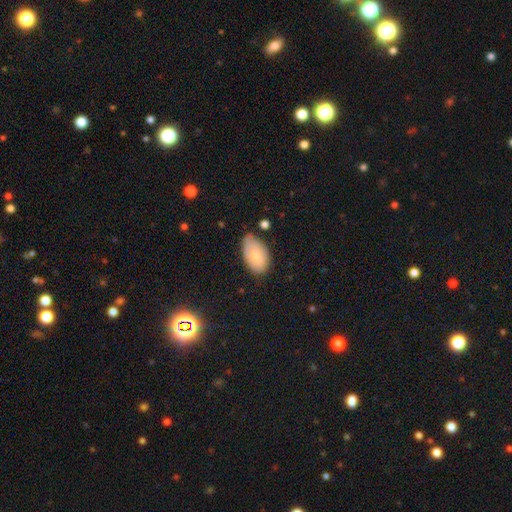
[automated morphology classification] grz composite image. It shows a smooth galaxy with no disk features (76%) that is in between round and cigar-shaped (94%). Merging: none (62%).